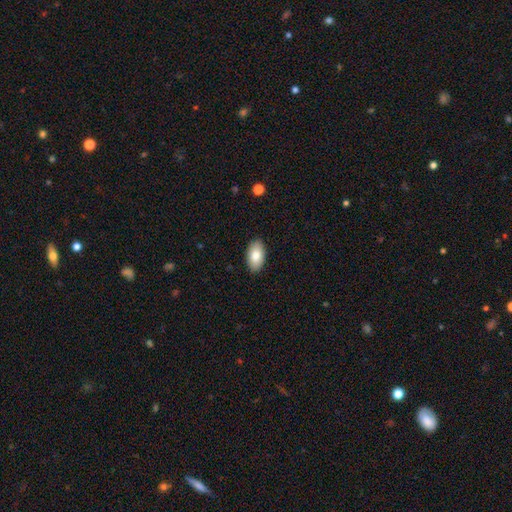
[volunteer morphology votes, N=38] Overall: smooth (95%). How rounded: in between (94%). Merging: none (92%).